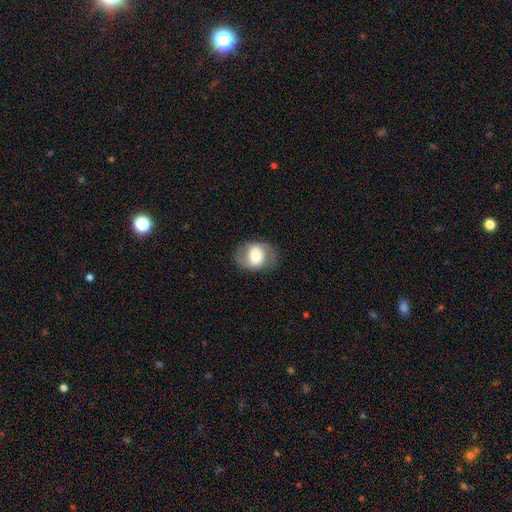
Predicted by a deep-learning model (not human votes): Morphology: type=smooth (58%); roundness=in between (60%); merging=none (78%).